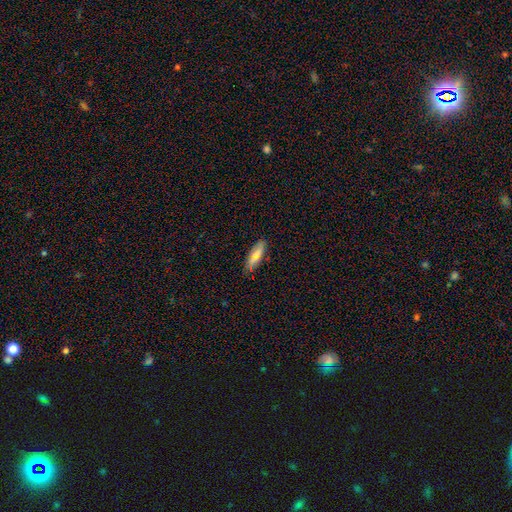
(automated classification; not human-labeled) A smooth galaxy with no disk features (73%) that is in between round and cigar-shaped (55%).

Vote fractions:
- Smooth or featured? smooth: 73% / featured or disk: 16% / star or artifact: 10%
- How rounded? in between: 55% / cigar-shaped: 42% / round: 3%
- Merging? none: 84% / minor disturbance: 12% / major disturbance: 2% / merger: 1%